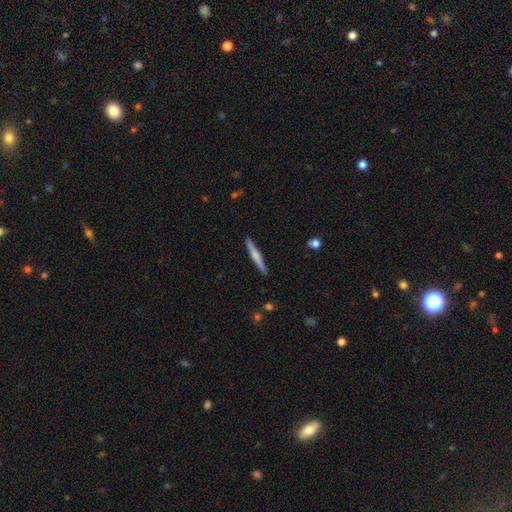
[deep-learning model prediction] smooth 50%, featured or disk 45%, star or artifact 5%. Down the decision tree: merging — none (91%).